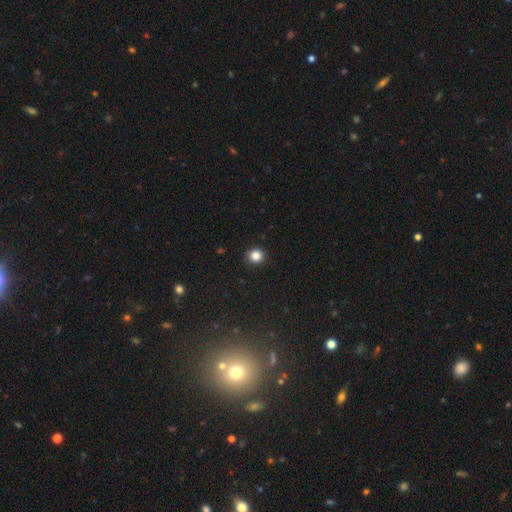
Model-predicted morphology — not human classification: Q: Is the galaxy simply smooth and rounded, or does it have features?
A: smooth — 86%.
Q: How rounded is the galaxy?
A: round — 88%.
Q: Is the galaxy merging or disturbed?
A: none — 90%.